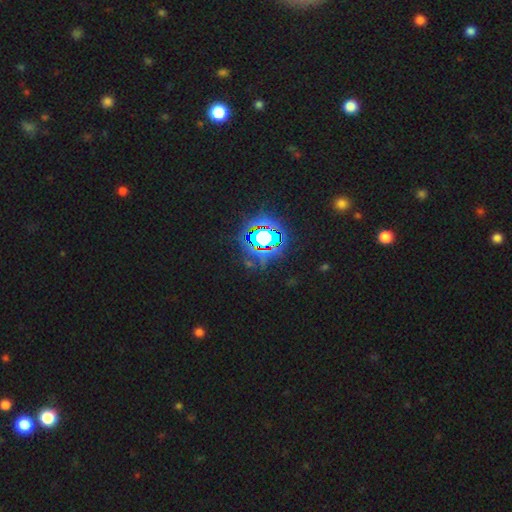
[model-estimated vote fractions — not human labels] The model was most divided on "smooth or featured": star or artifact: 79%, smooth: 13%, featured or disk: 8%.